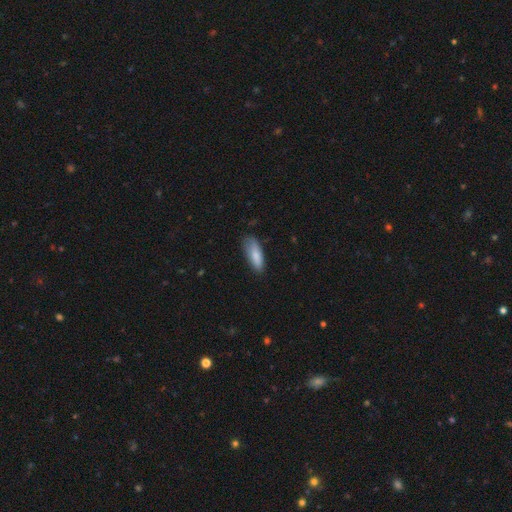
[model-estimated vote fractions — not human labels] The model was most divided on "how rounded": in between: 60%, cigar-shaped: 38%, round: 2%. More confident: smooth or featured — smooth (83%); merging — none (74%).